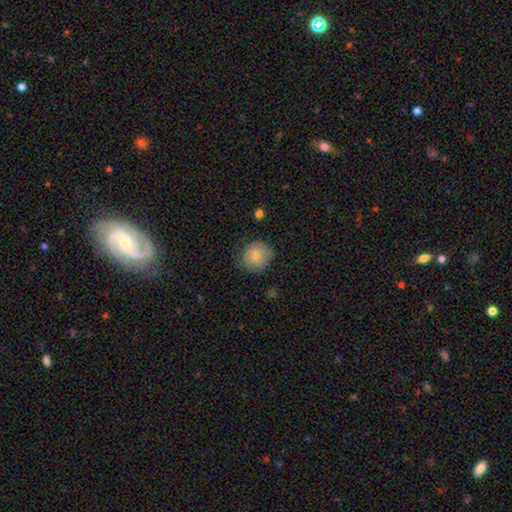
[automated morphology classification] Q: Smooth or featured?
A: smooth (76%); runner-up: featured or disk (16%)
Q: How rounded?
A: round (89%); runner-up: in between (11%)
Q: Merging?
A: none (69%); runner-up: minor disturbance (24%)